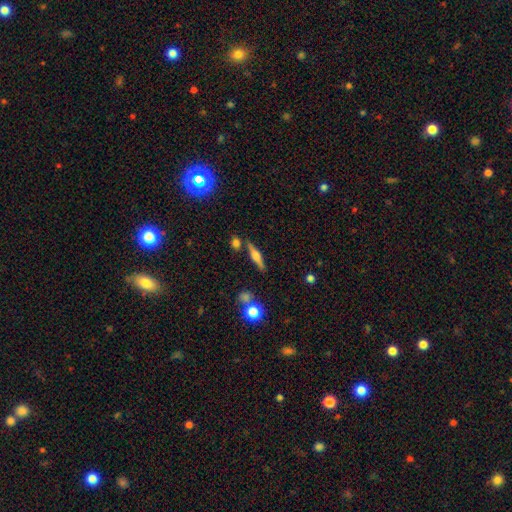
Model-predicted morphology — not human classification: Smooth or featured? Predicted: featured or disk (p=0.66). Edge-on disk? Predicted: yes (p=0.96). Edge-on bulge? Predicted: rounded (p=0.87). Merging? Predicted: none (p=0.80).